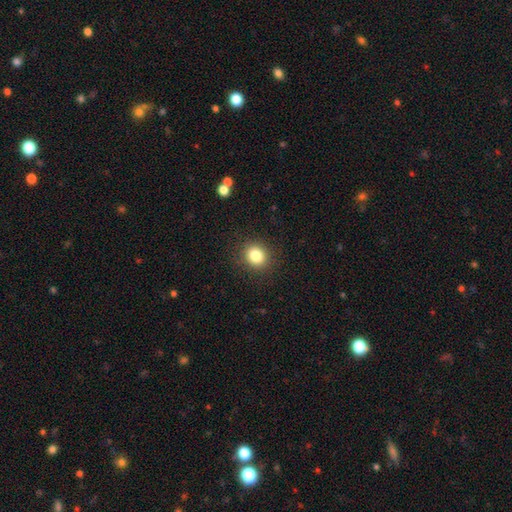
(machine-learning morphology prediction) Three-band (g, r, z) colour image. It shows a smooth galaxy with no disk features (83%) that is round (80%). Merging: none (89%).